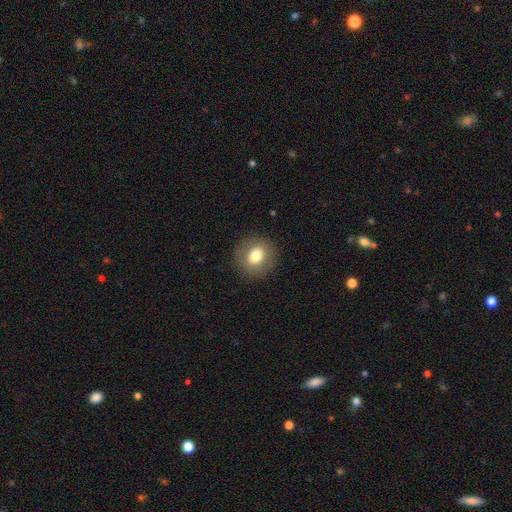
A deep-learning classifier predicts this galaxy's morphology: Overall: smooth (75%). How rounded: round (83%). Merging: none (89%).